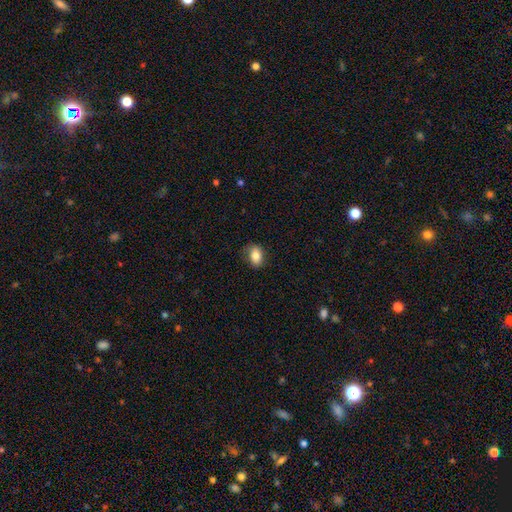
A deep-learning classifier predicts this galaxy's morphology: Q: Smooth or featured?
A: smooth (84%); runner-up: star or artifact (9%)
Q: How rounded?
A: in between (73%); runner-up: round (25%)
Q: Merging?
A: none (79%); runner-up: minor disturbance (16%)